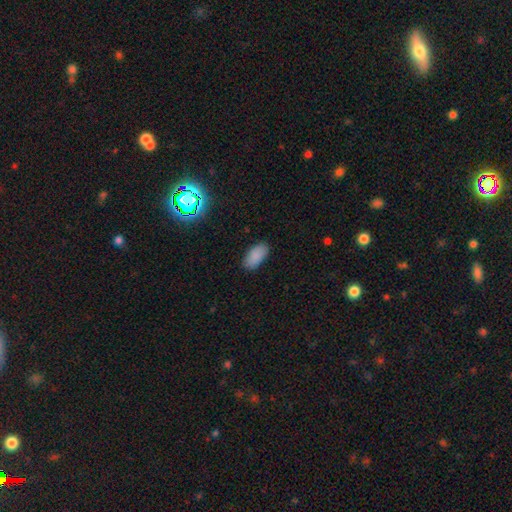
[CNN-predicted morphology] Smooth or featured: smooth — 88% (star or artifact — 8%)
How rounded: in between — 94% (cigar-shaped — 4%)
Merging: none — 86% (minor disturbance — 11%)